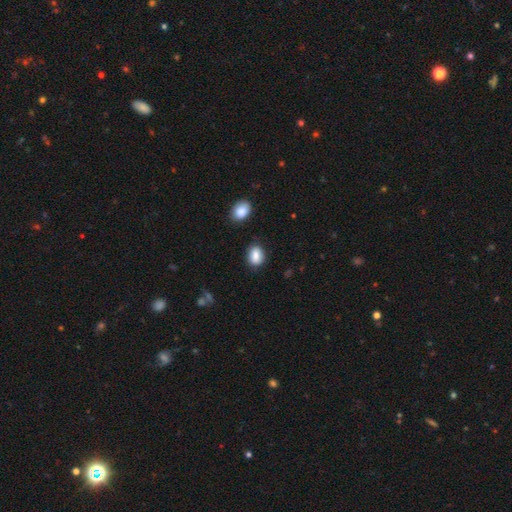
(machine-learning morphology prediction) smooth_or_featured: smooth (p=0.86) [alt: star or artifact p=0.08]
how_rounded: in between (p=0.70) [alt: round p=0.29]
merging: none (p=0.81) [alt: minor disturbance p=0.12]